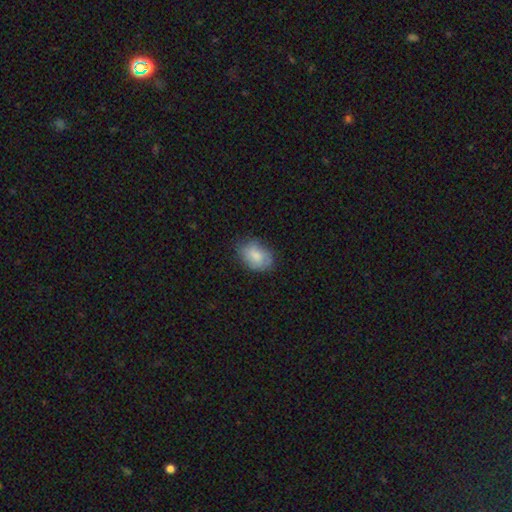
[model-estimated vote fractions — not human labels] This is likely a smooth galaxy (75%). How rounded: clearly in between (80%). Merging: likely none (66%).